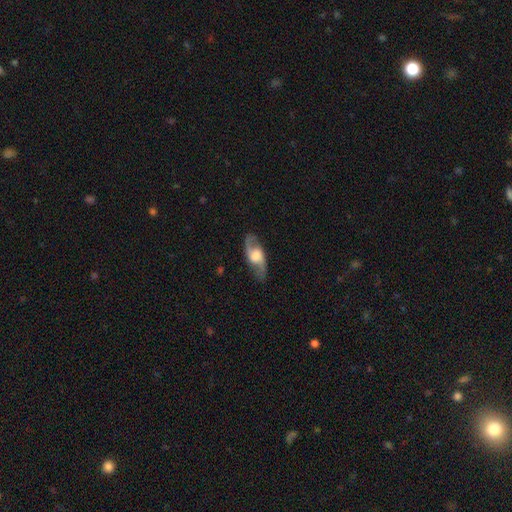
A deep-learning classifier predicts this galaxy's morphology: The model was most divided on "spiral winding": loose: 50%, medium: 38%, tight: 11%. Remaining: spiral arm count — 2 (90%); spiral arms — yes (88%); edge-on disk — no (82%); merging — none (81%); smooth or featured — featured or disk (72%); bar — no (54%); bulge size — large (49%).